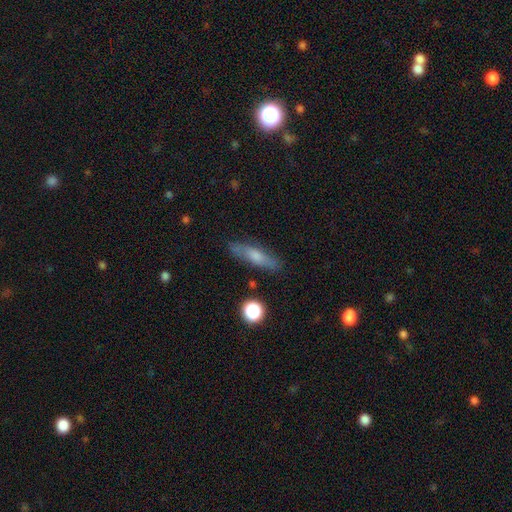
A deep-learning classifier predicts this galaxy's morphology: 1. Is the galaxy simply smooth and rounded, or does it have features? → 51% smooth, 39% featured or disk, 9% star or artifact.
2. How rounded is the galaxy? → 72% cigar-shaped, 25% in between, 3% round.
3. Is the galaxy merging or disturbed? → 83% none, 12% minor disturbance, 3% major disturbance, 2% merger.